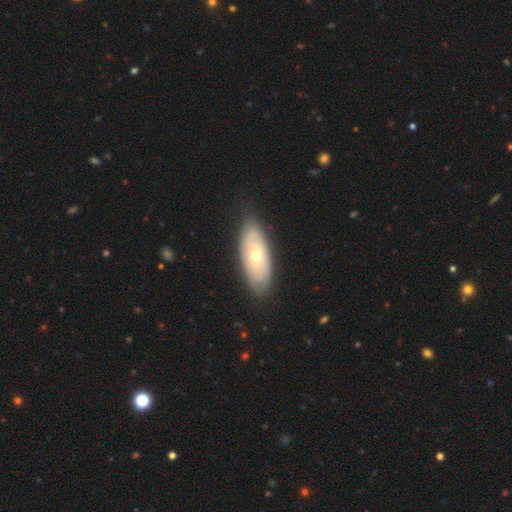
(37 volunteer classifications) A featured or disk galaxy (59%) with no bar (78%), tight (73%) spiral arms (61%) and a moderate central bulge (61%).

Vote fractions:
- Smooth or featured? featured or disk: 59% / smooth: 38% / star or artifact: 3%
- Edge-on disk? no: 82% / yes: 18%
- Bar? no: 78% / weak: 17% / strong: 6%
- Spiral arms? yes: 61% / no: 39%
- Spiral winding? tight: 73% / medium: 18% / loose: 9%
- Spiral arm count? can't tell: 55% / 2: 36% / 4: 9% / 1: 0% / 3: 0% / more than 4: 0%
- Bulge size? moderate: 61% / small: 39% / dominant: 0% / large: 0% / none: 0%
- Merging? none: 92% / major disturbance: 6% / minor disturbance: 3% / merger: 0%